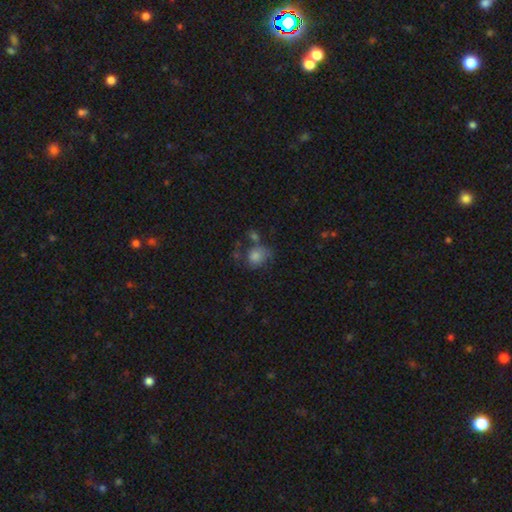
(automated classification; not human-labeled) smooth 72%, featured or disk 16%, star or artifact 12%. Down the decision tree: how rounded — round (53%); merging — none (43%).